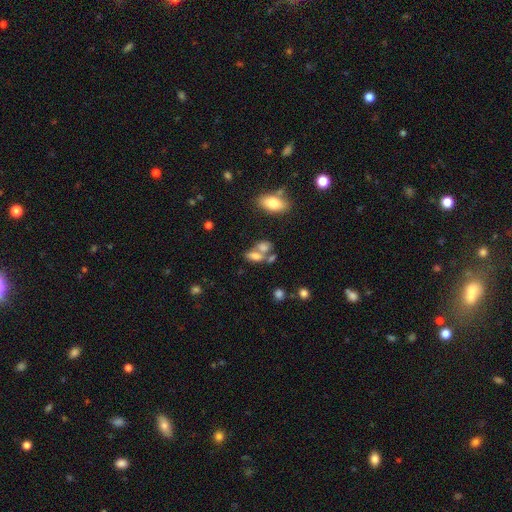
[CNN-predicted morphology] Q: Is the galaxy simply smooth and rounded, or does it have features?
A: smooth — 69%.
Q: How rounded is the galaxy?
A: in between — 81%.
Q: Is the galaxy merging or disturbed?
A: merger — 49%.